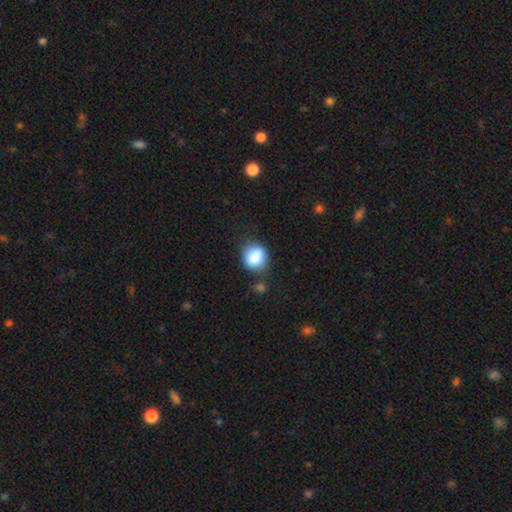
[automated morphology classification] type=smooth (86%); roundness=round (78%); merging=none (75%).